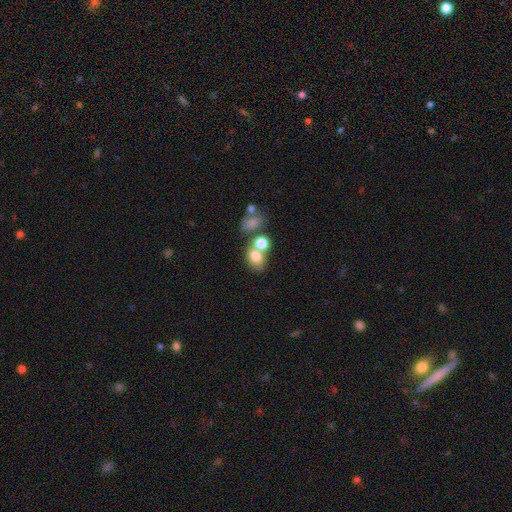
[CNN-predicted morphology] Smooth or featured? smooth (74%)
How rounded? in between (64%)
Merging? merger (46%)